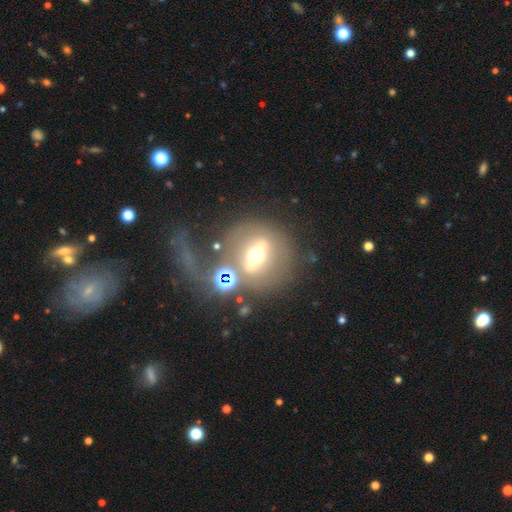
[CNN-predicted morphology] This is likely a featured or disk galaxy (65%). It is possibly not viewed edge-on (57%). Merging: likely none (68%).